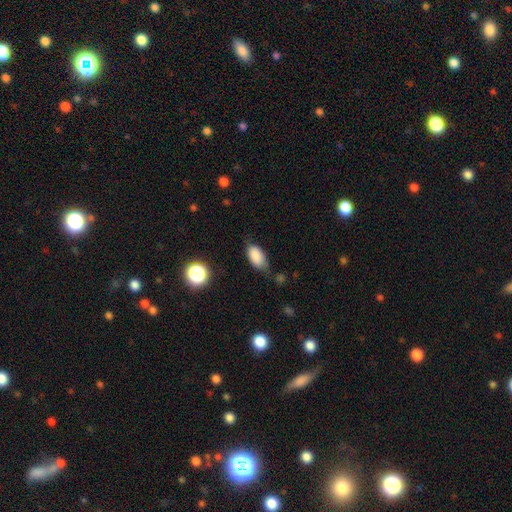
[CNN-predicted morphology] A smooth galaxy with no disk features (86%) that is in between round and cigar-shaped (92%). Merging: none (67%).